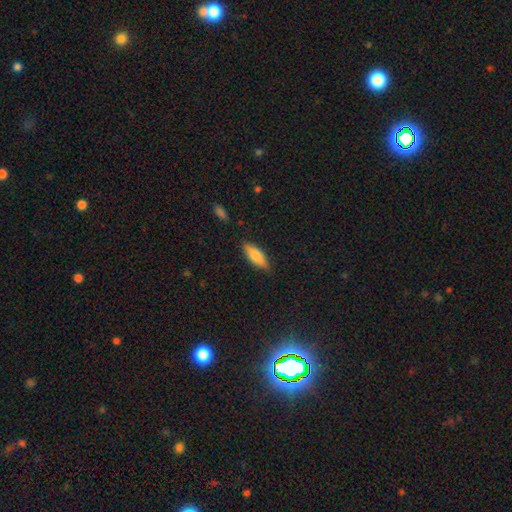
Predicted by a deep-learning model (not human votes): A smooth galaxy with no disk features (77%) that is in between round and cigar-shaped (59%). Merging: none (83%).